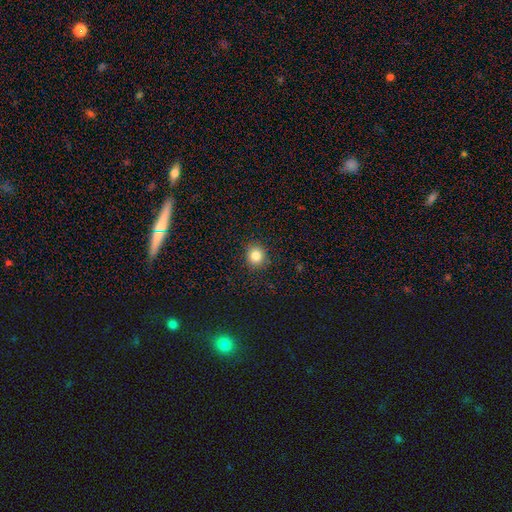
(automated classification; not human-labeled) smooth_or_featured: smooth (p=0.83) [alt: star or artifact p=0.11]
how_rounded: round (p=0.88) [alt: in between p=0.11]
merging: none (p=0.91) [alt: minor disturbance p=0.06]